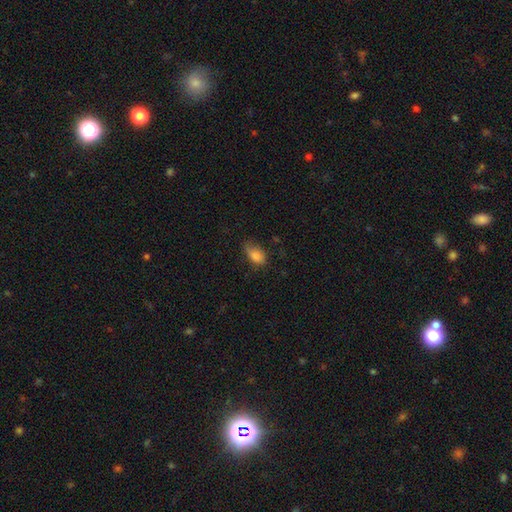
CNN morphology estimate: Q: Smooth or featured?
A: smooth (84%); runner-up: star or artifact (9%)
Q: How rounded?
A: in between (88%); runner-up: round (9%)
Q: Merging?
A: none (56%); runner-up: minor disturbance (32%)